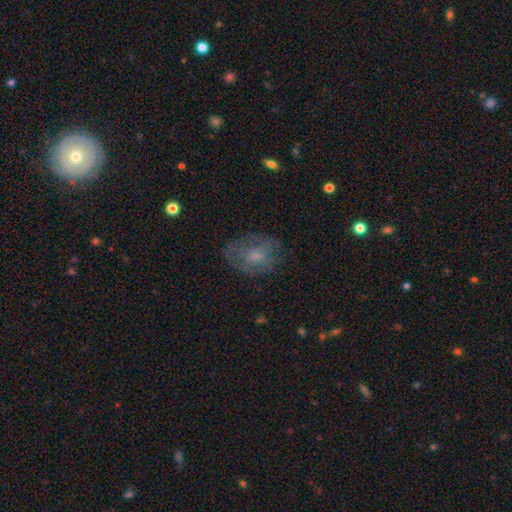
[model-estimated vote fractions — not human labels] A smooth galaxy with no disk features (51%) that is in between round and cigar-shaped (63%).

Vote fractions:
- Smooth or featured? smooth: 51% / featured or disk: 39% / star or artifact: 11%
- How rounded? in between: 63% / round: 35% / cigar-shaped: 1%
- Merging? none: 64% / minor disturbance: 21% / major disturbance: 13% / merger: 1%